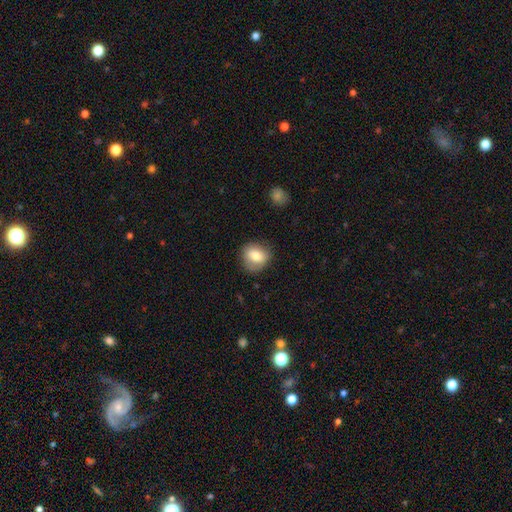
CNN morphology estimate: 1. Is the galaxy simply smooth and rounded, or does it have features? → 75% smooth, 16% featured or disk, 8% star or artifact.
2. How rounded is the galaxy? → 73% round, 26% in between, 1% cigar-shaped.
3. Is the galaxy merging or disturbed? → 78% none, 16% minor disturbance, 4% major disturbance, 1% merger.